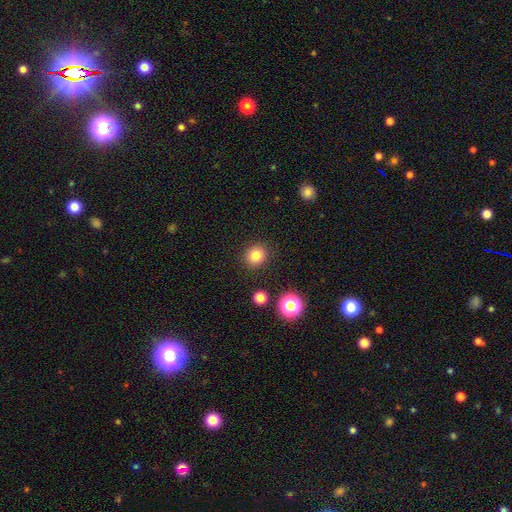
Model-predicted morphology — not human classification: Smooth or featured: smooth — 82% (star or artifact — 13%)
How rounded: round — 82% (in between — 17%)
Merging: none — 89% (minor disturbance — 7%)